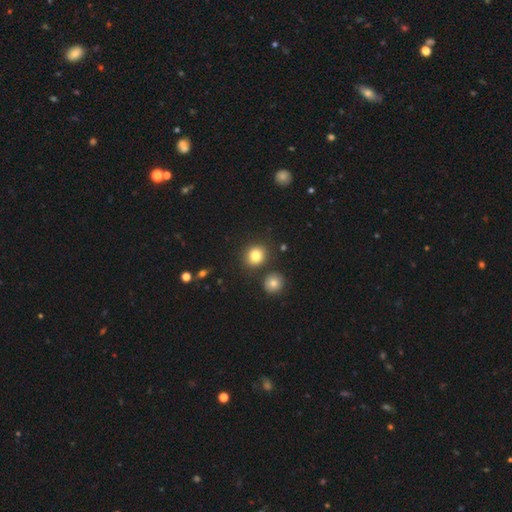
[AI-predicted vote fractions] The model was most divided on "how rounded": round: 80%, in between: 19%, cigar-shaped: 1%. More confident: smooth or featured — smooth (83%); merging — none (83%).